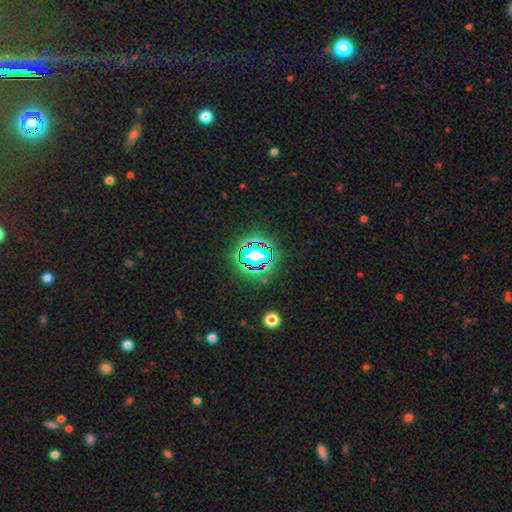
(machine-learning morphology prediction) Smooth or featured? Predicted: star or artifact (p=0.63).